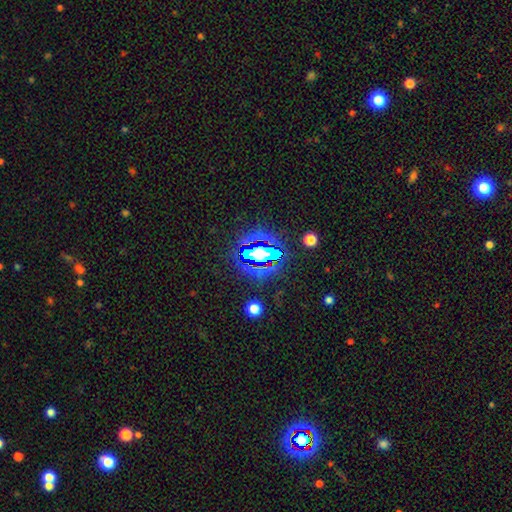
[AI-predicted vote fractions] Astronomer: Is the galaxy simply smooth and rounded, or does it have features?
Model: star or artifact — 66%.